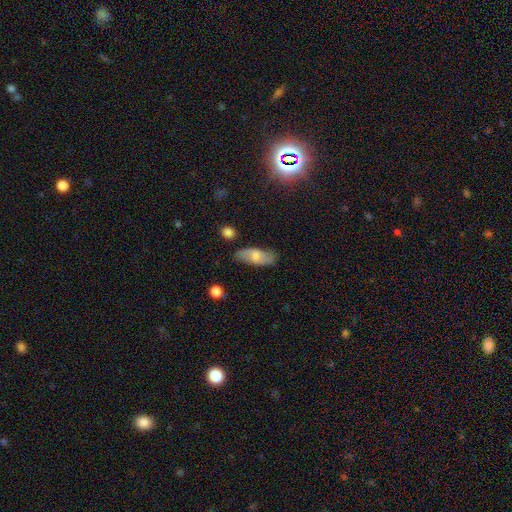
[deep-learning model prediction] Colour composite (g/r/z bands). It shows a smooth galaxy with no disk features (61%) that is in between round and cigar-shaped (77%). Merging: none (79%).